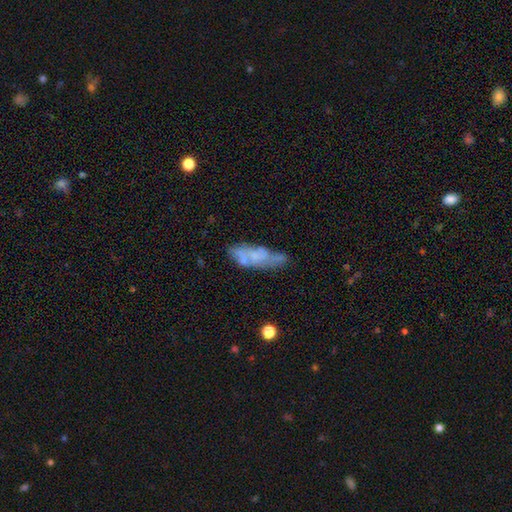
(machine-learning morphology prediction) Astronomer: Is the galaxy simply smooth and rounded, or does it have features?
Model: featured or disk — 49% (runner-up: smooth, 41%).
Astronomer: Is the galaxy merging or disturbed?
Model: none — 51%.